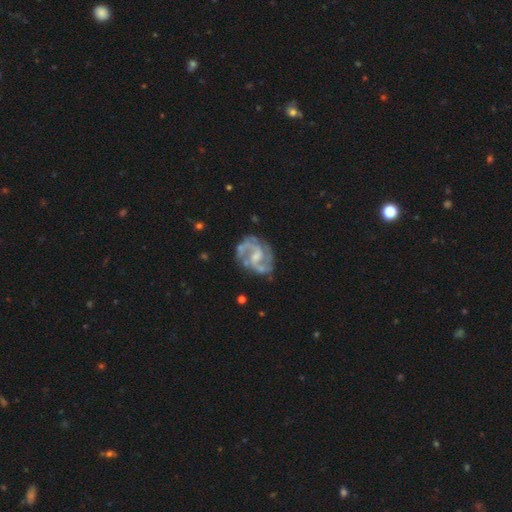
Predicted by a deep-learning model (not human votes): Q: Smooth or featured?
A: featured or disk (89%); runner-up: smooth (7%)
Q: Edge-on disk?
A: no (98%); runner-up: yes (2%)
Q: Bar?
A: weak (54%); runner-up: no (31%)
Q: Spiral arms?
A: yes (96%); runner-up: no (4%)
Q: Spiral winding?
A: medium (56%); runner-up: tight (23%)
Q: Spiral arm count?
A: 2 (78%); runner-up: 3 (8%)
Q: Bulge size?
A: moderate (38%); runner-up: small (37%)
Q: Merging?
A: none (68%); runner-up: minor disturbance (18%)